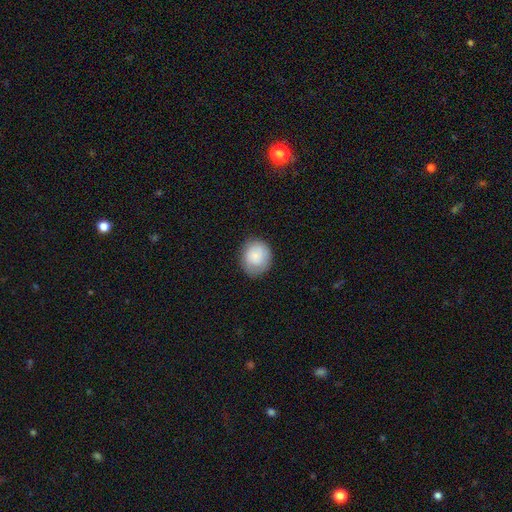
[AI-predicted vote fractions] This is clearly a smooth galaxy (81%). How rounded: likely round (71%). Merging: likely none (76%).